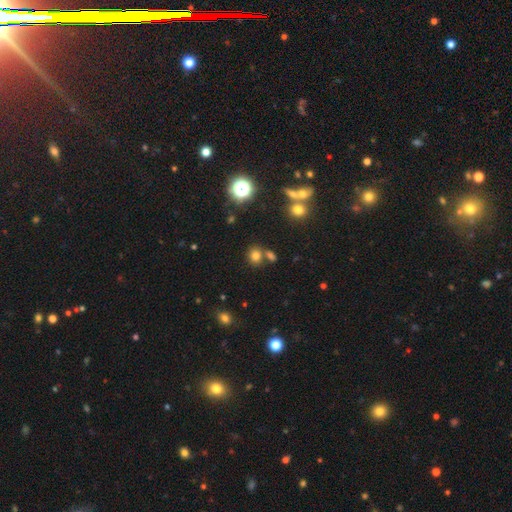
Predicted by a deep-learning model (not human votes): This appears to be a smooth galaxy with no disk features (72%) that is round (75%). Merging: none (67%).